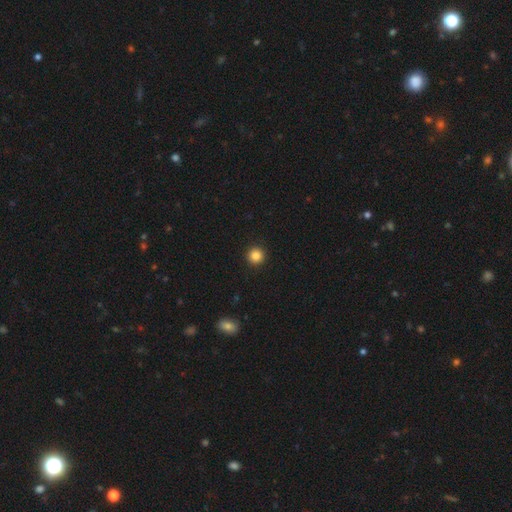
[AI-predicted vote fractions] Smooth or featured?
  - smooth: 85% *
  - star or artifact: 11%
  - featured or disk: 4%
How rounded?
  - round: 96% *
  - in between: 3%
  - cigar-shaped: 1%
Merging?
  - none: 94% *
  - minor disturbance: 4%
  - major disturbance: 1%
  - merger: 1%